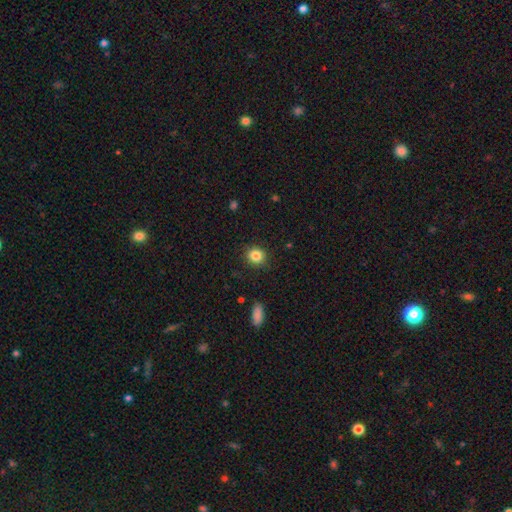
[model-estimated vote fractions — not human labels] Smooth or featured?
  - smooth: 85% *
  - star or artifact: 10%
  - featured or disk: 5%
How rounded?
  - round: 83% *
  - in between: 16%
  - cigar-shaped: 1%
Merging?
  - none: 90% *
  - minor disturbance: 7%
  - major disturbance: 2%
  - merger: 1%